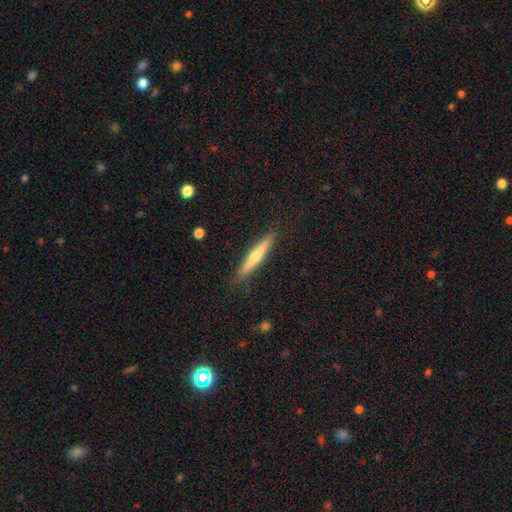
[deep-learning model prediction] Morphology: type=featured or disk (51%); edge-on=yes (95%); merging=none (88%).